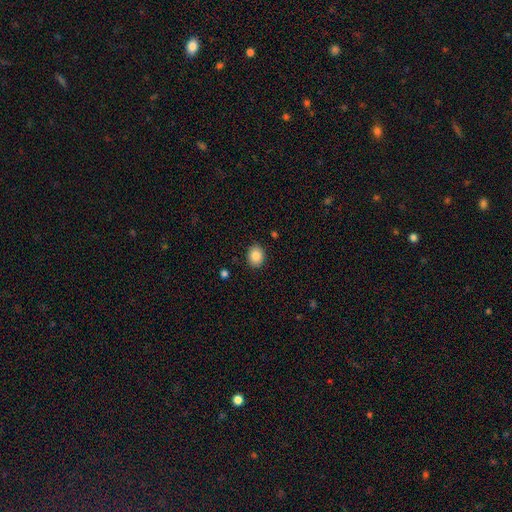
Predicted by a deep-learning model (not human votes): smooth_or_featured: smooth (p=0.86) [alt: star or artifact p=0.09]
how_rounded: round (p=0.61) [alt: in between p=0.39]
merging: none (p=0.89) [alt: minor disturbance p=0.08]